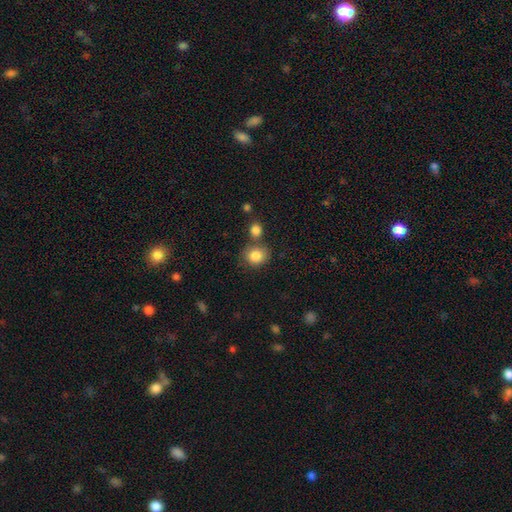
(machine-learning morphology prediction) A smooth galaxy with no disk features (84%) that is round (76%).

Vote fractions:
- Smooth or featured? smooth: 84% / star or artifact: 9% / featured or disk: 7%
- How rounded? round: 76% / in between: 23% / cigar-shaped: 1%
- Merging? none: 65% / merger: 19% / minor disturbance: 12% / major disturbance: 4%